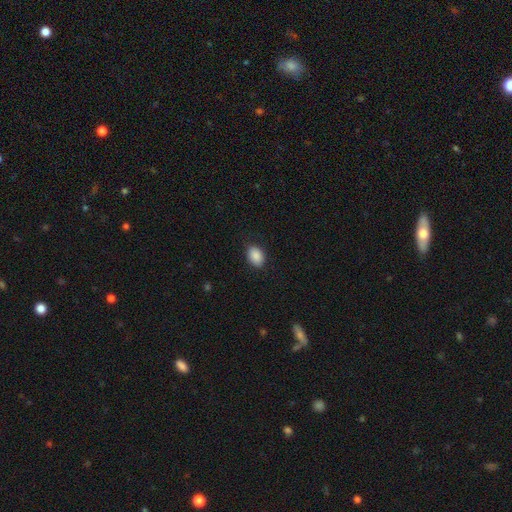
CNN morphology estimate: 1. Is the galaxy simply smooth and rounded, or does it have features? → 90% smooth, 7% star or artifact, 3% featured or disk.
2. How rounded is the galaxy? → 77% in between, 22% round, 1% cigar-shaped.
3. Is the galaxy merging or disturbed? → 85% none, 11% minor disturbance, 3% major disturbance, 1% merger.